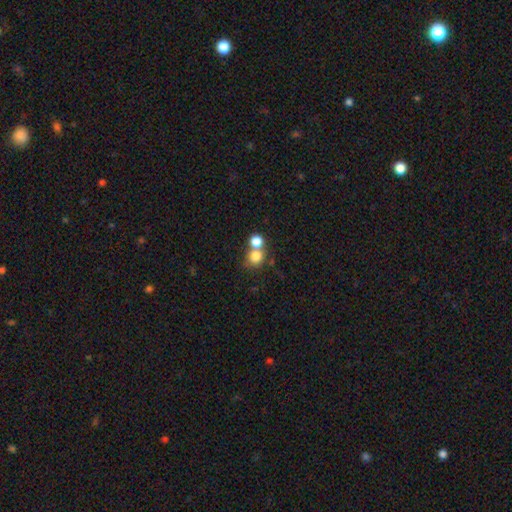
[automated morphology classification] smooth_or_featured: smooth (p=0.79) [alt: star or artifact p=0.12]
how_rounded: round (p=0.84) [alt: in between p=0.15]
merging: none (p=0.48) [alt: merger p=0.42]